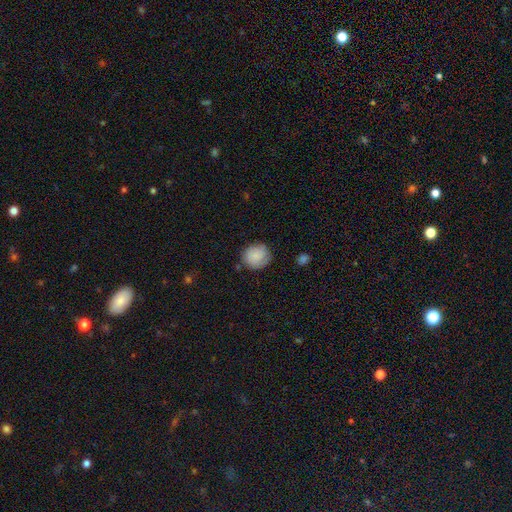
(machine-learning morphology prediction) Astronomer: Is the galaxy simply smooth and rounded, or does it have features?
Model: smooth — 83%.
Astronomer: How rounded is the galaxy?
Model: round — 85%.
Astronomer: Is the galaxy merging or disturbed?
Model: none — 74%.